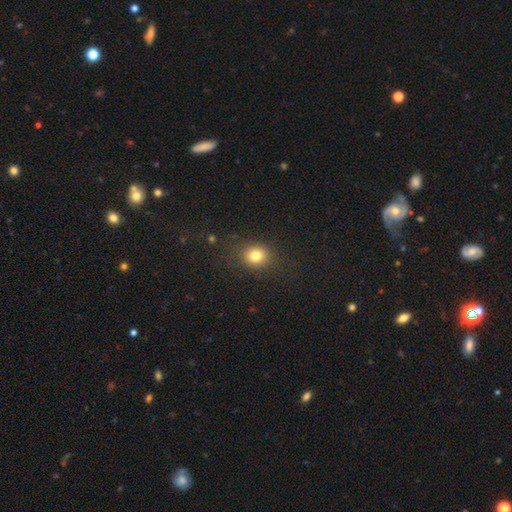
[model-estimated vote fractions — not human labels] Smooth or featured: smooth — 80% (star or artifact — 13%)
How rounded: round — 68% (in between — 31%)
Merging: none — 84% (minor disturbance — 10%)